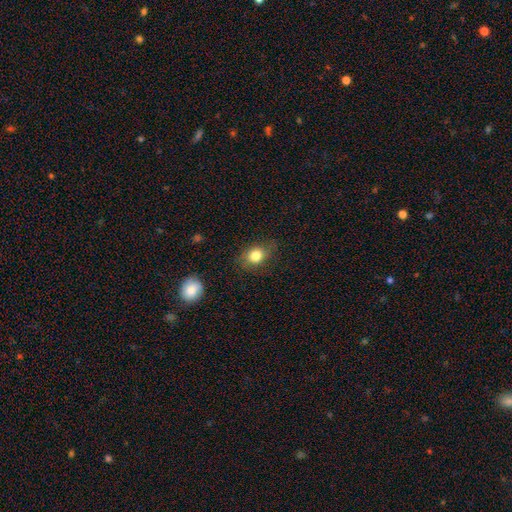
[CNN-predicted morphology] smooth_or_featured: smooth (p=0.80) [alt: featured or disk p=0.10]
how_rounded: in between (p=0.51) [alt: round p=0.48]
merging: none (p=0.73) [alt: minor disturbance p=0.20]